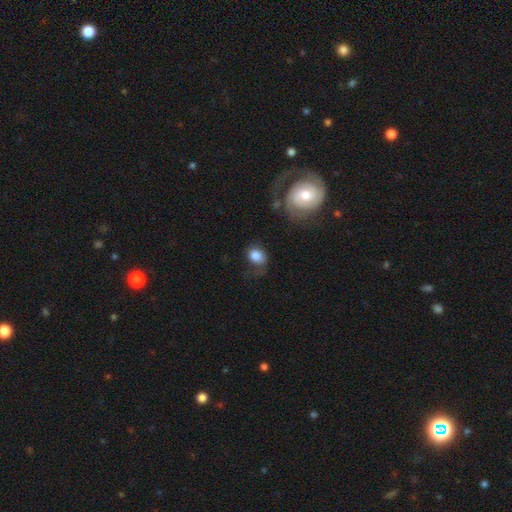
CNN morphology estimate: A smooth galaxy with no disk features (79%) that is round (56%). Merging: none (50%).